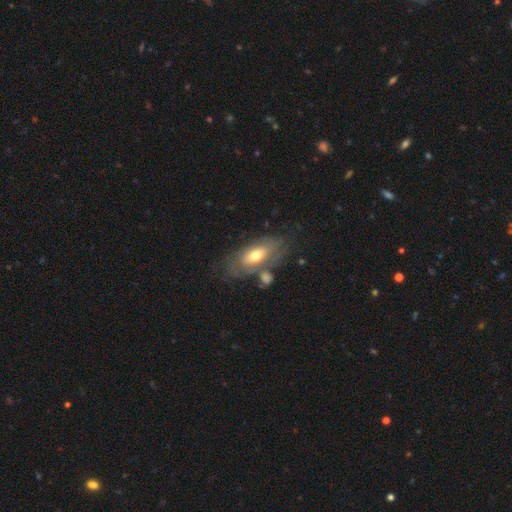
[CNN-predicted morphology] A featured or disk galaxy (47%).

Vote fractions:
- Smooth or featured? featured or disk: 47% / smooth: 46% / star or artifact: 7%
- Merging? none: 56% / minor disturbance: 19% / merger: 14% / major disturbance: 10%